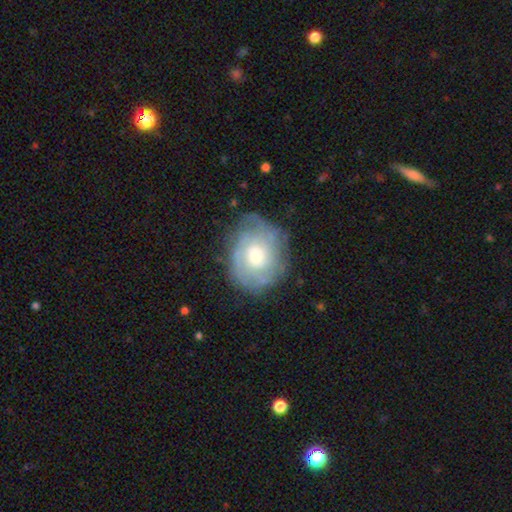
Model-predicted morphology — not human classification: A featured or disk galaxy (65%) with no bar (80%), spiral arms (78%) and a moderate central bulge (58%).

Vote fractions:
- Smooth or featured? featured or disk: 65% / smooth: 28% / star or artifact: 7%
- Edge-on disk? no: 97% / yes: 3%
- Bar? no: 80% / weak: 18% / strong: 3%
- Spiral arms? yes: 78% / no: 22%
- Bulge size? moderate: 58% / small: 22% / large: 17% / none: 2% / dominant: 2%
- Merging? none: 67% / minor disturbance: 22% / major disturbance: 10% / merger: 1%